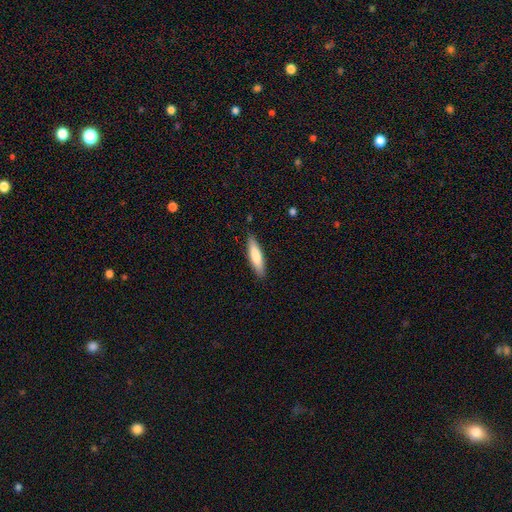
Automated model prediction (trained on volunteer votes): The model was most divided on "how rounded": cigar-shaped: 73%, in between: 25%, round: 1%. More confident: merging — none (88%); smooth or featured — smooth (77%).